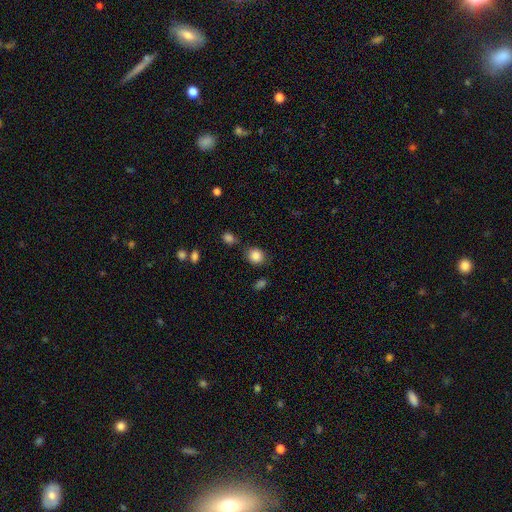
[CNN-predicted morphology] Smooth or featured? Predicted: smooth (p=0.85). How rounded? Predicted: round (p=0.72). Merging? Predicted: none (p=0.77).